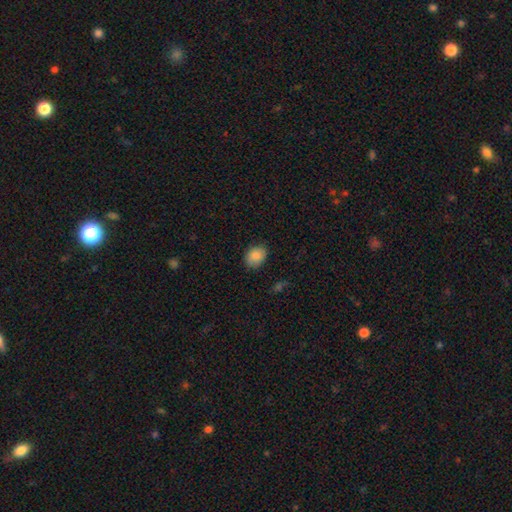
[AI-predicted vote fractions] Morphology: type=smooth (86%); roundness=in between (61%); merging=none (83%).